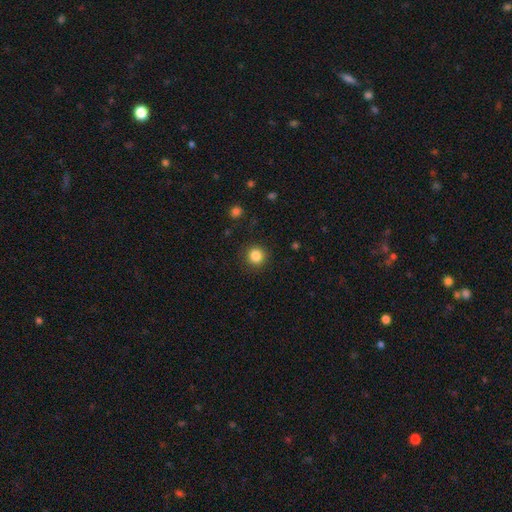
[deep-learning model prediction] smooth_or_featured: smooth (p=0.85) [alt: star or artifact p=0.11]
how_rounded: round (p=0.93) [alt: in between p=0.06]
merging: none (p=0.90) [alt: minor disturbance p=0.06]